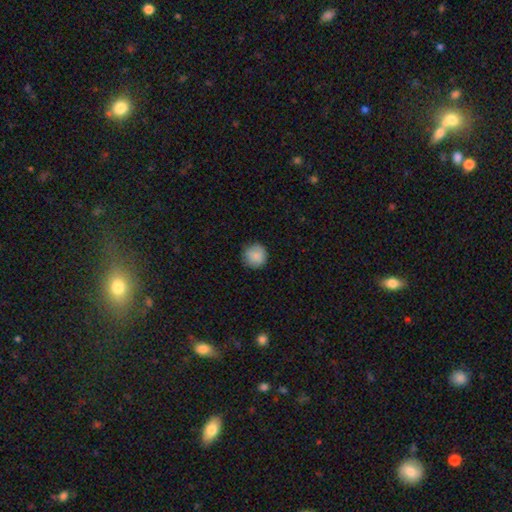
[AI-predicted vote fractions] A smooth galaxy with no disk features (87%) that is round (93%). Merging: none (85%).